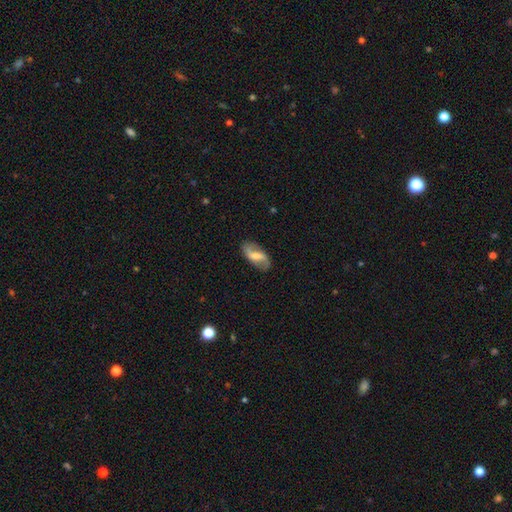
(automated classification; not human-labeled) Overall: featured or disk (71%). Edge-on disk: no (95%). Bar: weak (49%; strong 33%). Spiral arms: yes (91%). Spiral arm count: 2 (90%). Spiral winding: loose (65%; medium 26%). Bulge size: moderate (43%; small 36%). Merging: none (81%).